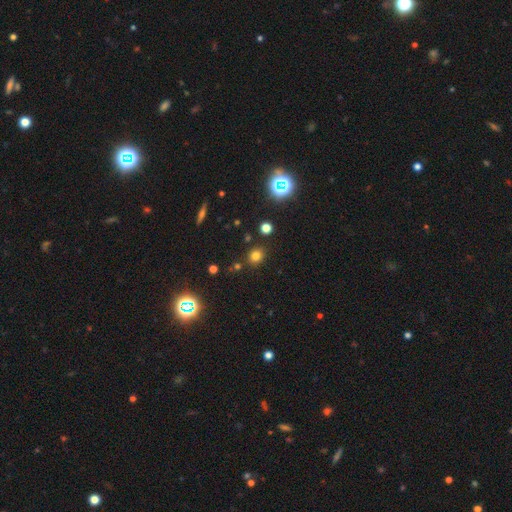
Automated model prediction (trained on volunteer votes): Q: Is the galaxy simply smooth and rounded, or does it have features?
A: smooth — 73%.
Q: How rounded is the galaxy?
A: round — 81%.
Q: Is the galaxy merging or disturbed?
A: none — 84%.